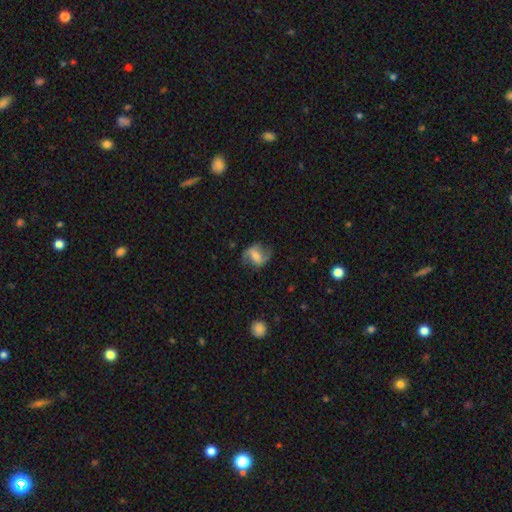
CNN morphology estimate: Overall: featured or disk (71%). Edge-on disk: no (96%). Bar: weak (43%; strong 34%). Spiral arms: yes (91%). Spiral arm count: 2 (89%). Spiral winding: loose (57%; medium 33%). Bulge size: moderate (46%; small 37%). Merging: none (74%).